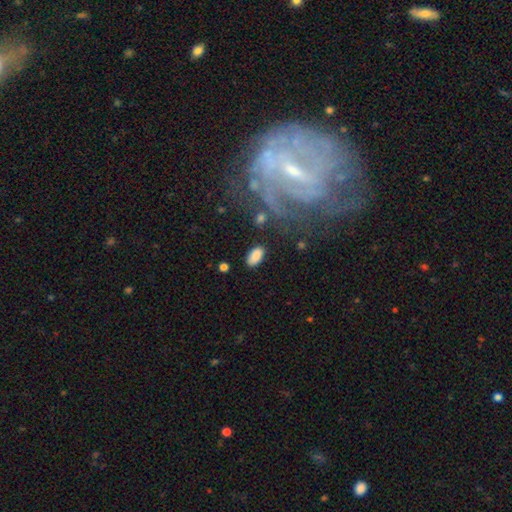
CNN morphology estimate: smooth_or_featured: smooth (p=0.85) [alt: star or artifact p=0.07]
how_rounded: in between (p=0.94) [alt: round p=0.03]
merging: none (p=0.81) [alt: minor disturbance p=0.12]